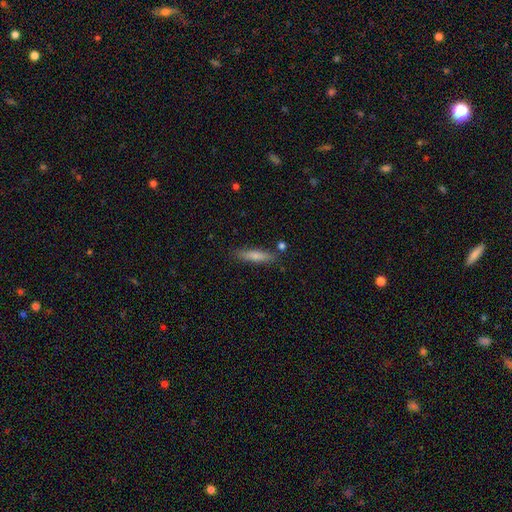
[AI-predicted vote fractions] Smooth or featured: smooth — 72% (featured or disk — 21%)
How rounded: cigar-shaped — 80% (in between — 19%)
Merging: none — 80% (minor disturbance — 13%)